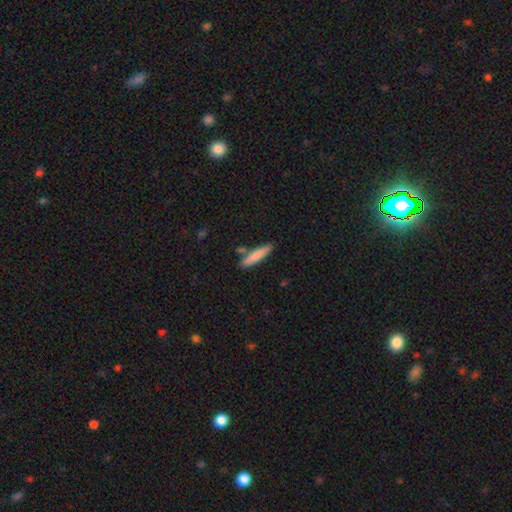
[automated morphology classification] Smooth or featured?
  - smooth: 79% *
  - featured or disk: 15%
  - star or artifact: 6%
How rounded?
  - cigar-shaped: 85% *
  - in between: 13%
  - round: 1%
Merging?
  - none: 80% *
  - minor disturbance: 11%
  - merger: 7%
  - major disturbance: 2%